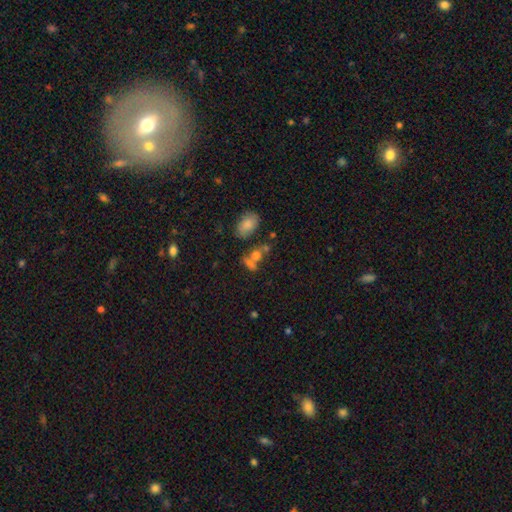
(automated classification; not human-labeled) This appears to be a smooth galaxy with no disk features (68%) that is in between round and cigar-shaped (61%). Merging: merger (42%).